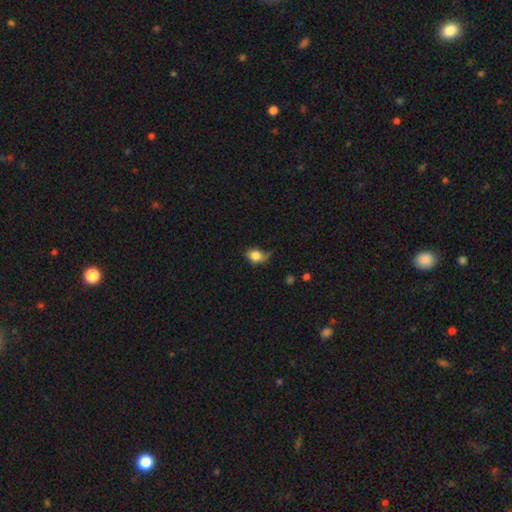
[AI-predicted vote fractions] A smooth galaxy with no disk features (80%) that is in between round and cigar-shaped (58%). Merging: none (42%).